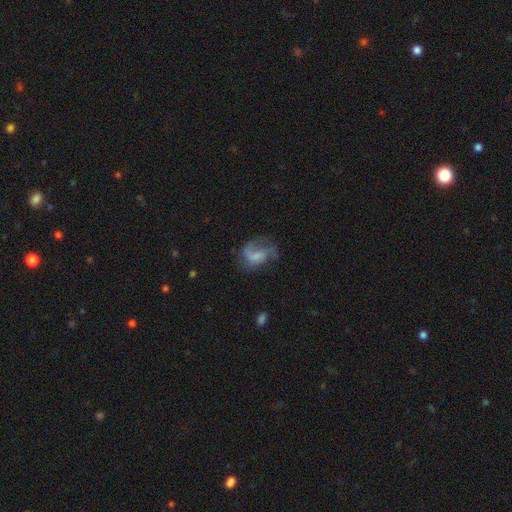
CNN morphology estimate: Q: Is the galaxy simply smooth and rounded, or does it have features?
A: featured or disk — 62%.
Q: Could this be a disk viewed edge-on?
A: no — 98%.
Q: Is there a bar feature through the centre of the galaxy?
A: no — 53%.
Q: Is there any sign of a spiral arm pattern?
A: yes — 83%.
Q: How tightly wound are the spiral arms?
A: loose — 53%.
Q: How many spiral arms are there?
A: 2 — 39%.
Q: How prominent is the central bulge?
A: small — 36%.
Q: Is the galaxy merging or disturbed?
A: none — 40%.